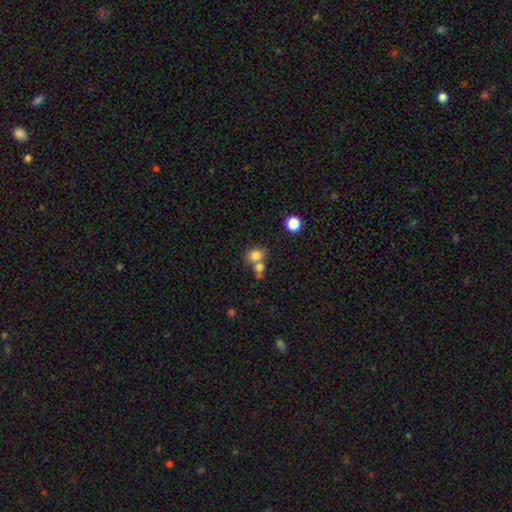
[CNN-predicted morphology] smooth 79%, star or artifact 12%, featured or disk 10%. Down the decision tree: how rounded — round (58%); merging — none (43%, tied with merger).